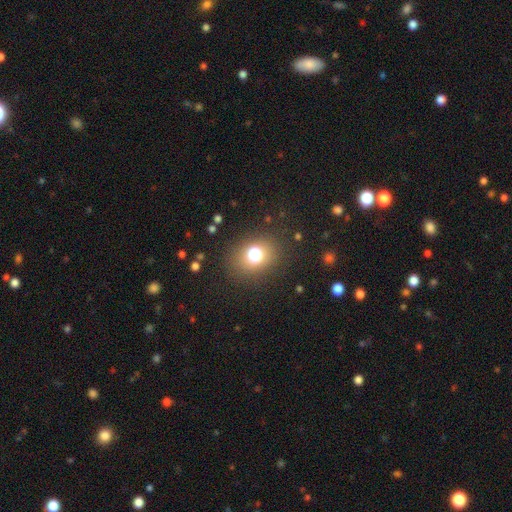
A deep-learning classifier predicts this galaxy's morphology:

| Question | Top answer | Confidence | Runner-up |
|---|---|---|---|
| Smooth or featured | smooth | 70% | star or artifact (19%) |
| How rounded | round | 63% | in between (36%) |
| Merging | none | 81% | minor disturbance (10%) |